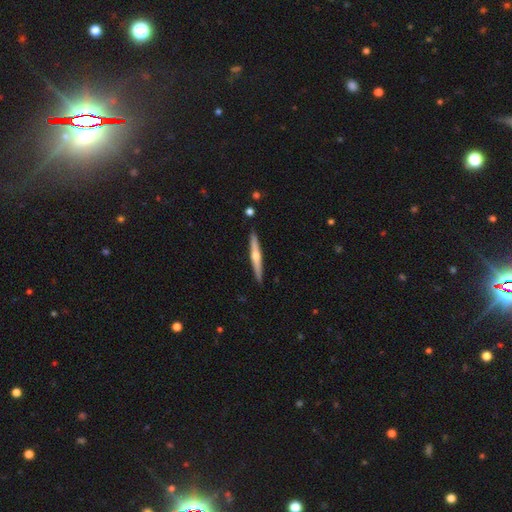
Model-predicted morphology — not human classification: smooth_or_featured: featured or disk (p=0.61) [alt: smooth p=0.33]
disk_edge_on: yes (p=0.97) [alt: no p=0.03]
edge_on_bulge: rounded (p=0.85) [alt: none p=0.12]
merging: none (p=0.91) [alt: minor disturbance p=0.07]